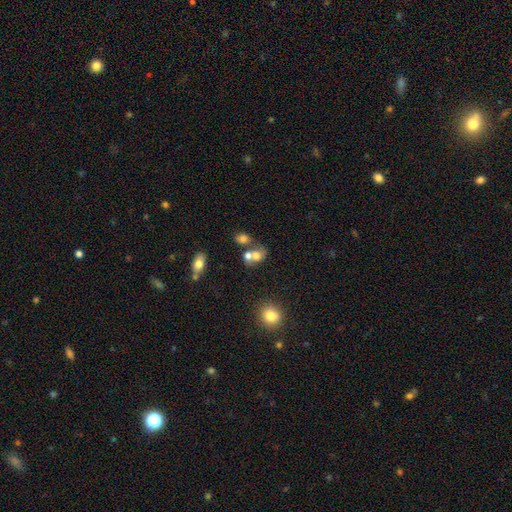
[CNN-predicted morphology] A smooth galaxy with no disk features (61%) that is in between round and cigar-shaped (54%).

Vote fractions:
- Smooth or featured? smooth: 61% / featured or disk: 25% / star or artifact: 13%
- How rounded? in between: 54% / round: 45% / cigar-shaped: 2%
- Merging? merger: 57% / none: 25% / minor disturbance: 10% / major disturbance: 9%